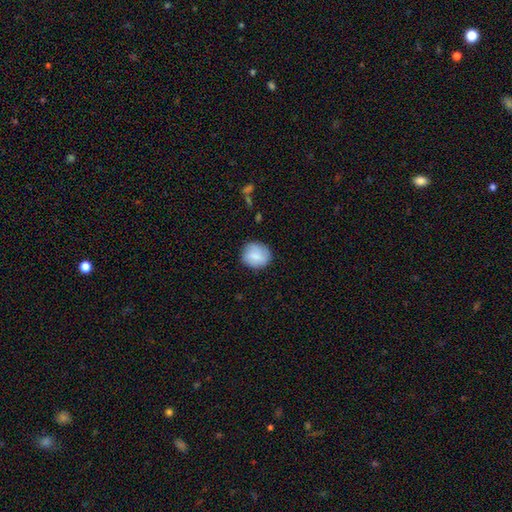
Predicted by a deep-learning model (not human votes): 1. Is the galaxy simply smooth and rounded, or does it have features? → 79% smooth, 14% featured or disk, 7% star or artifact.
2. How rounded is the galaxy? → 83% round, 16% in between, 1% cigar-shaped.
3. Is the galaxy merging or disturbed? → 82% none, 14% minor disturbance, 3% major disturbance, 1% merger.